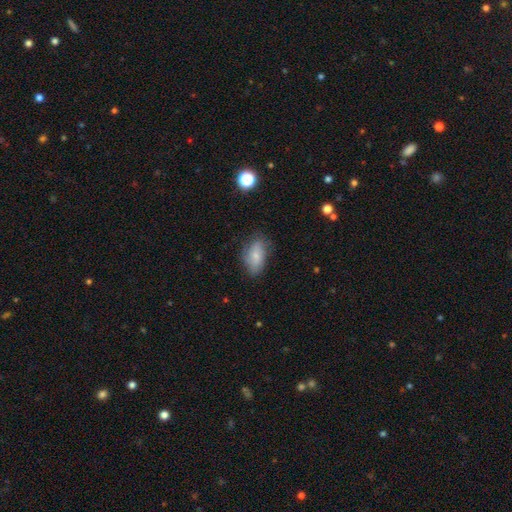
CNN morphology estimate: smooth_or_featured: smooth (p=0.66) [alt: featured or disk p=0.26]
how_rounded: in between (p=0.89) [alt: round p=0.08]
merging: none (p=0.66) [alt: minor disturbance p=0.24]